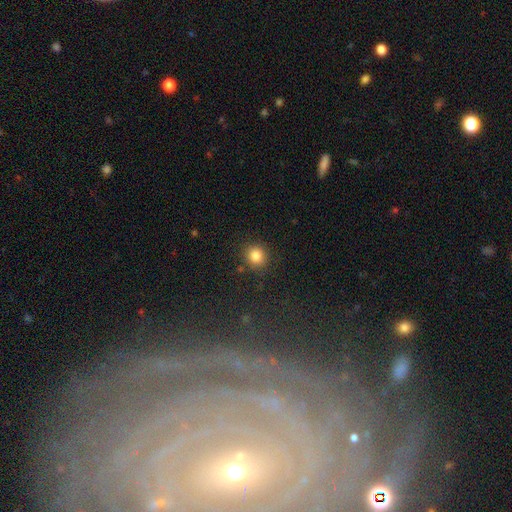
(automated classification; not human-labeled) This is clearly a smooth galaxy (84%). How rounded: clearly round (87%). Merging: clearly none (86%).